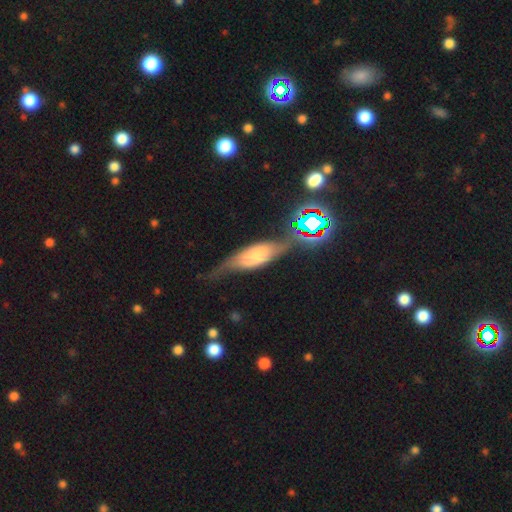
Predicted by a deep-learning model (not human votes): A featured or disk galaxy (45%).

Vote fractions:
- Smooth or featured? featured or disk: 45% / smooth: 43% / star or artifact: 12%
- Merging? none: 47% / minor disturbance: 28% / major disturbance: 17% / merger: 7%